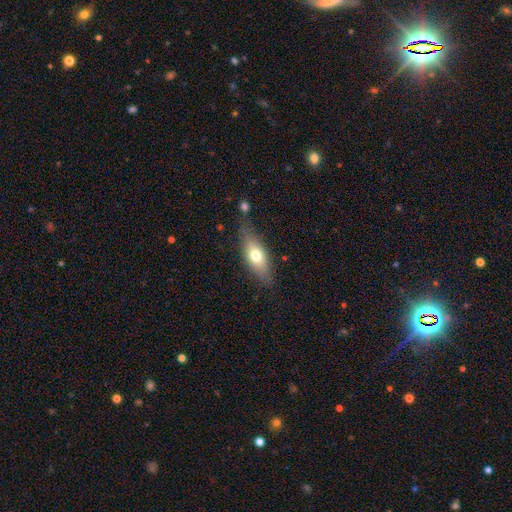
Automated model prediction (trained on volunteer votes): Smooth or featured?
  - smooth: 64% *
  - featured or disk: 29%
  - star or artifact: 7%
How rounded?
  - in between: 68% *
  - cigar-shaped: 28%
  - round: 4%
Merging?
  - none: 71% *
  - minor disturbance: 20%
  - major disturbance: 5%
  - merger: 4%